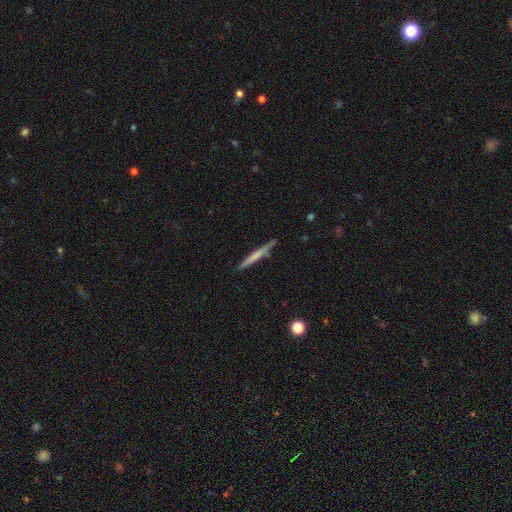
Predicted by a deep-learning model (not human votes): A smooth galaxy with no disk features (57%) that is cigar-shaped (97%). Merging: none (86%).